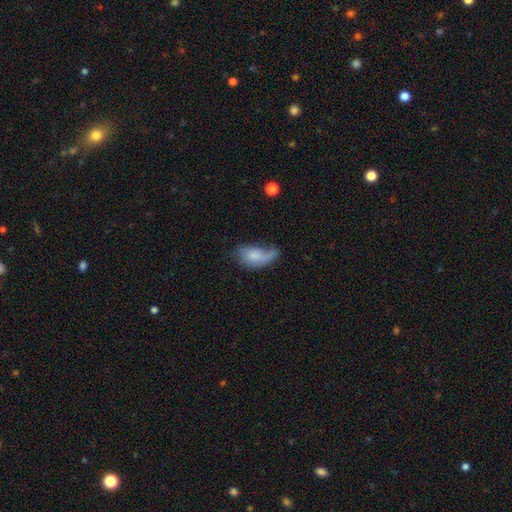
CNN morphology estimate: smooth_or_featured: smooth (p=0.60) [alt: featured or disk p=0.32]
how_rounded: in between (p=0.90) [alt: round p=0.06]
merging: major disturbance (p=0.36) [alt: none p=0.29]